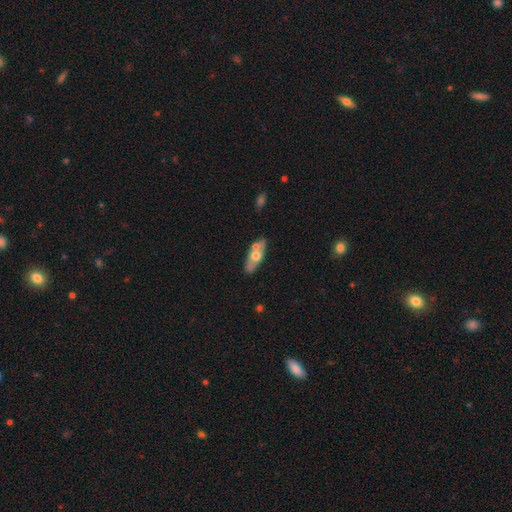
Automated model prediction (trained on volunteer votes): smooth 47% (tied), featured or disk 47% (tied), star or artifact 6%. Down the decision tree: merging — none (68%).